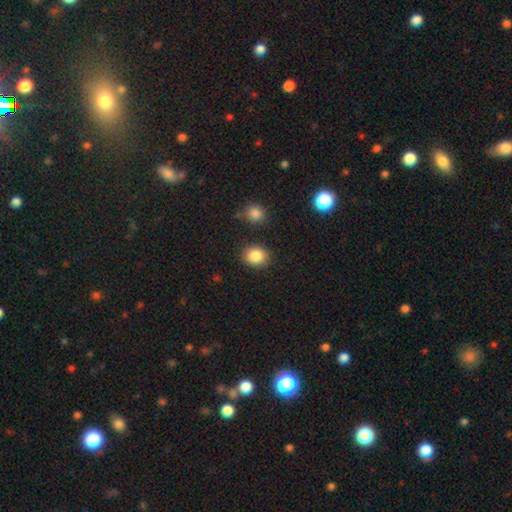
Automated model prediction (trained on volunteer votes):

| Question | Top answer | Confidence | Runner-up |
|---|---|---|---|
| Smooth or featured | smooth | 87% | star or artifact (9%) |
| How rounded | round | 63% | in between (36%) |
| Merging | none | 84% | minor disturbance (10%) |